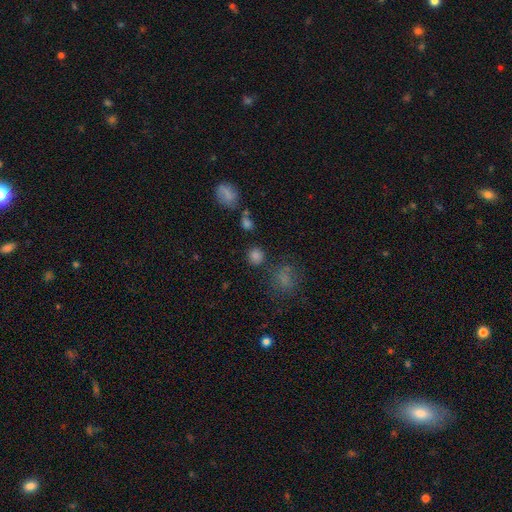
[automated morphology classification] Q: Smooth or featured?
A: smooth (80%); runner-up: star or artifact (15%)
Q: How rounded?
A: round (86%); runner-up: in between (13%)
Q: Merging?
A: none (80%); runner-up: minor disturbance (10%)